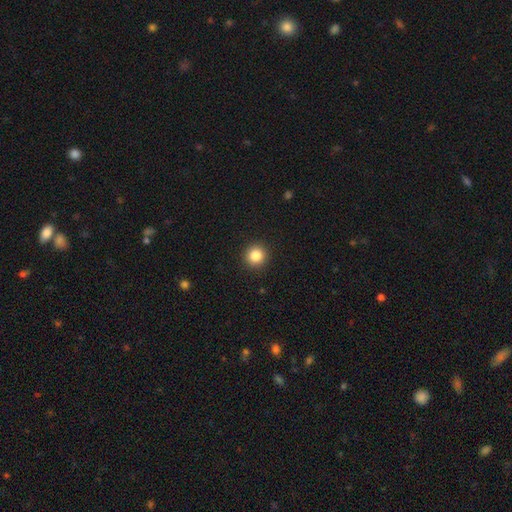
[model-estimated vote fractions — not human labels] Q: Smooth or featured?
A: smooth (85%); runner-up: star or artifact (10%)
Q: How rounded?
A: round (93%); runner-up: in between (6%)
Q: Merging?
A: none (92%); runner-up: minor disturbance (5%)